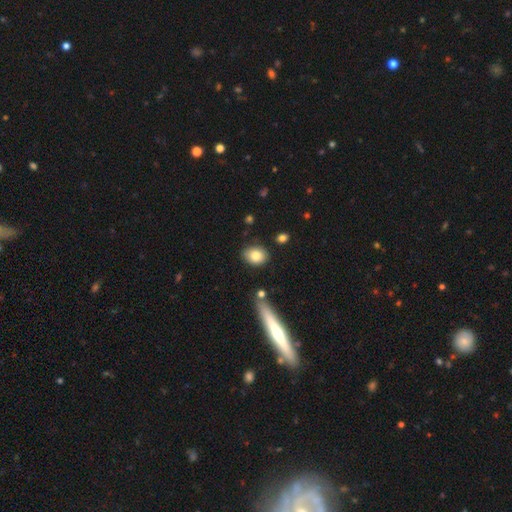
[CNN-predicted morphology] smooth-or-featured: smooth: 82% | featured or disk: 10% | star or artifact: 8%
  how-rounded: in between: 58% | round: 40% | cigar-shaped: 2%
  merging: none: 81% | minor disturbance: 12% | merger: 4% | major disturbance: 3%